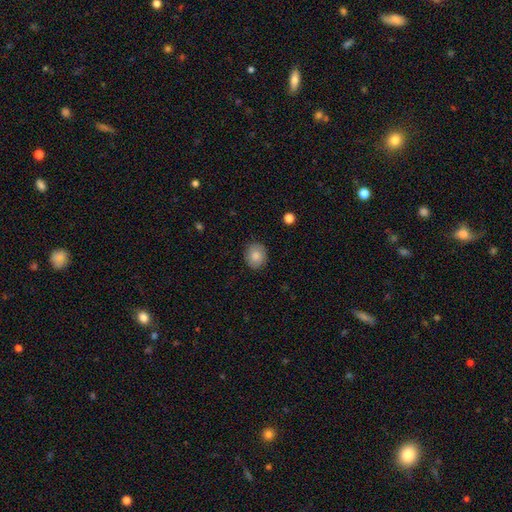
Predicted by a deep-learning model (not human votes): This is clearly a smooth galaxy (84%). How rounded: likely round (73%). Merging: clearly none (88%).